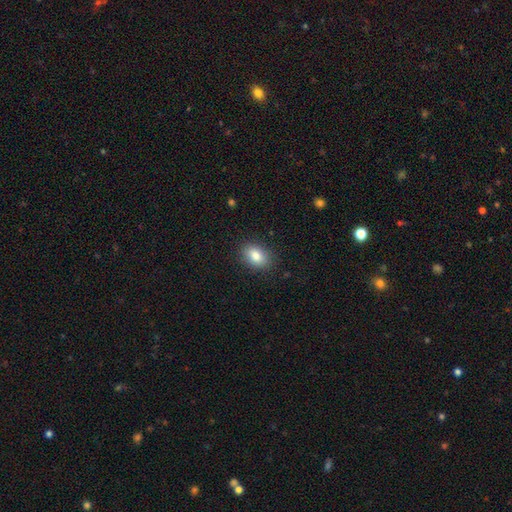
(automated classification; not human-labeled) smooth_or_featured: smooth (p=0.84) [alt: star or artifact p=0.08]
how_rounded: in between (p=0.78) [alt: round p=0.21]
merging: none (p=0.87) [alt: minor disturbance p=0.09]